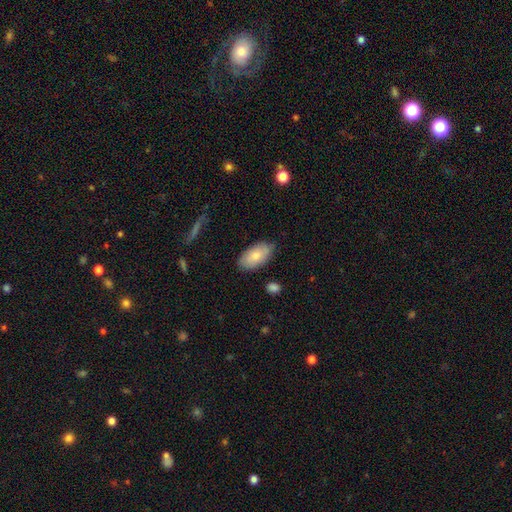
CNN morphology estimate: This appears to be a smooth galaxy with no disk features (77%) that is in between round and cigar-shaped (94%). Merging: none (79%).